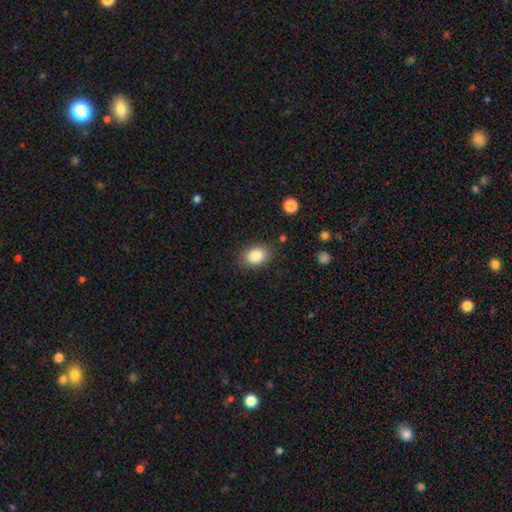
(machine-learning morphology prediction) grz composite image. It shows a smooth galaxy with no disk features (85%) that is in between round and cigar-shaped (76%). Merging: none (84%).